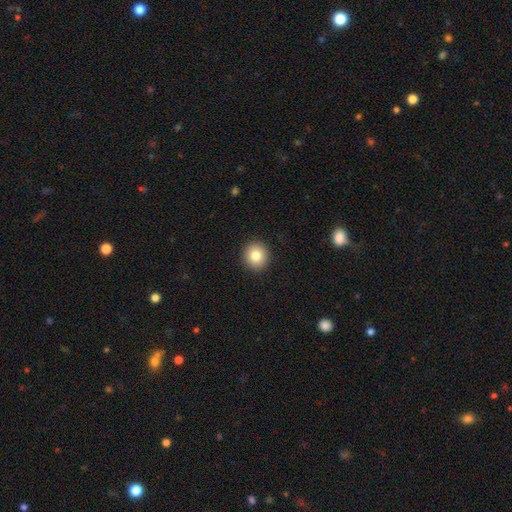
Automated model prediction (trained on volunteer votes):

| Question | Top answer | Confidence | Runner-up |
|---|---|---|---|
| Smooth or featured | smooth | 81% | star or artifact (10%) |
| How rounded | round | 92% | in between (7%) |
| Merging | none | 93% | minor disturbance (5%) |